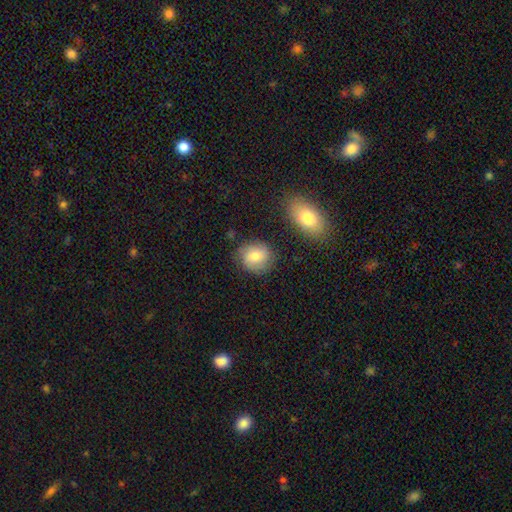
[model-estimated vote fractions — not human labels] smooth 74%, featured or disk 18%, star or artifact 8%. Down the decision tree: how rounded — round (72%); merging — none (77%).